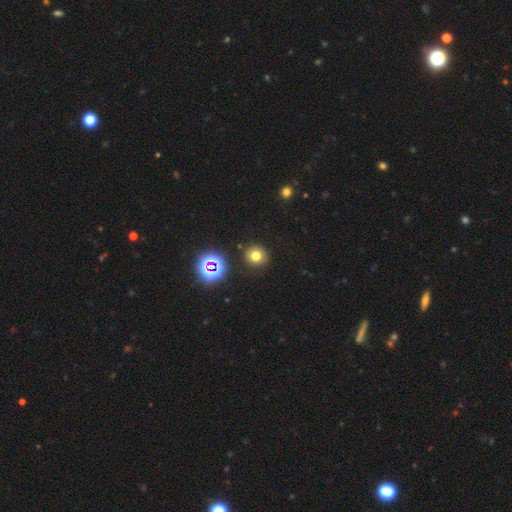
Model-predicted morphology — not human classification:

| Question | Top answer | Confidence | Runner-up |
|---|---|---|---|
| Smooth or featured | smooth | 71% | star or artifact (20%) |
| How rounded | round | 90% | in between (9%) |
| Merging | none | 89% | minor disturbance (6%) |